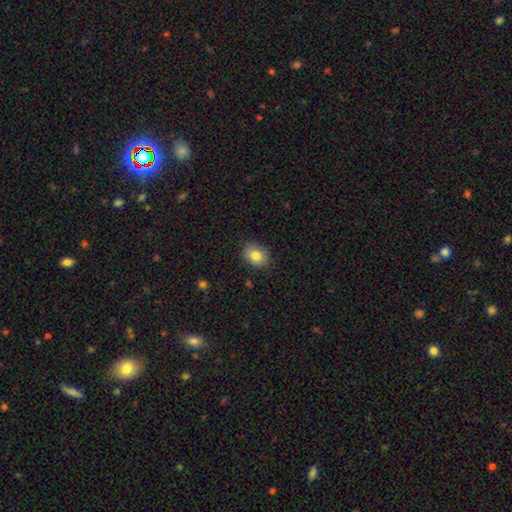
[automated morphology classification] Smooth or featured: smooth — 82% (featured or disk — 9%)
How rounded: in between — 64% (round — 35%)
Merging: none — 86% (minor disturbance — 11%)